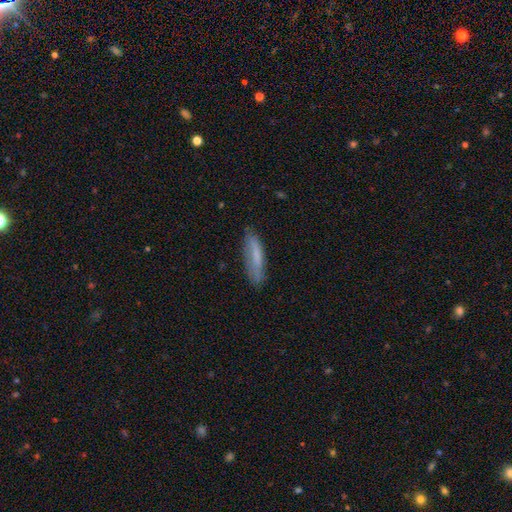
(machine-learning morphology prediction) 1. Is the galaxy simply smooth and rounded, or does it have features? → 67% smooth, 26% featured or disk, 7% star or artifact.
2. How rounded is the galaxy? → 69% cigar-shaped, 29% in between, 1% round.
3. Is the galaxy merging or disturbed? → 74% none, 20% minor disturbance, 5% major disturbance, 2% merger.